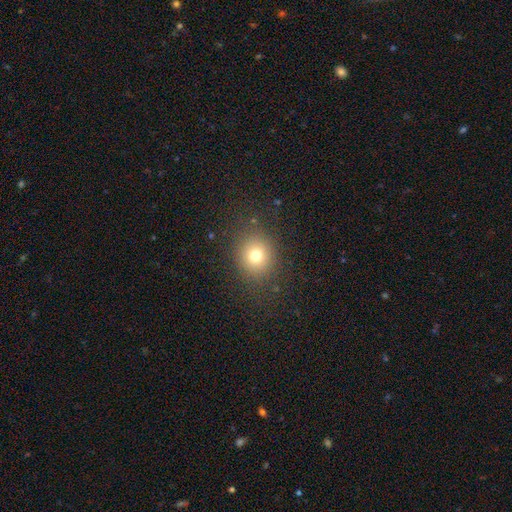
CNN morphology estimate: smooth_or_featured: smooth (p=0.75) [alt: star or artifact p=0.15]
how_rounded: round (p=0.77) [alt: in between p=0.22]
merging: none (p=0.85) [alt: minor disturbance p=0.09]